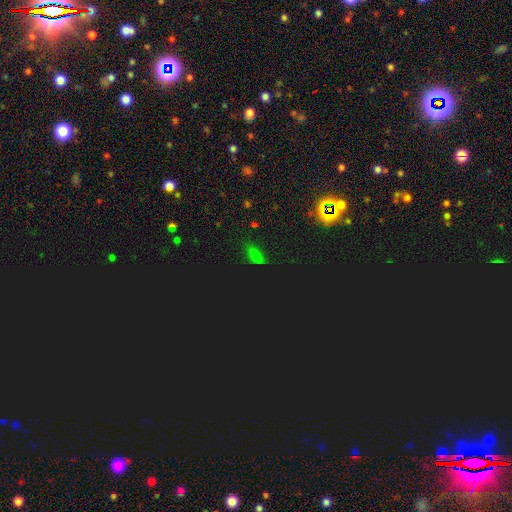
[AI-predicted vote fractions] This appears to be a smooth galaxy with no disk features (46%). Merging: none (65%).